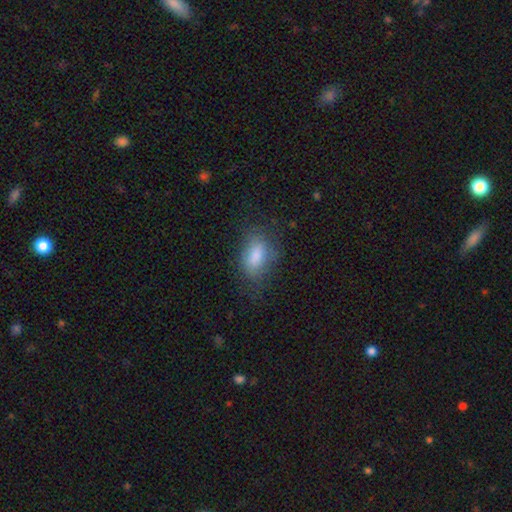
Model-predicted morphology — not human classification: Q: Smooth or featured?
A: smooth (80%); runner-up: featured or disk (11%)
Q: How rounded?
A: in between (88%); runner-up: round (8%)
Q: Merging?
A: none (65%); runner-up: minor disturbance (23%)